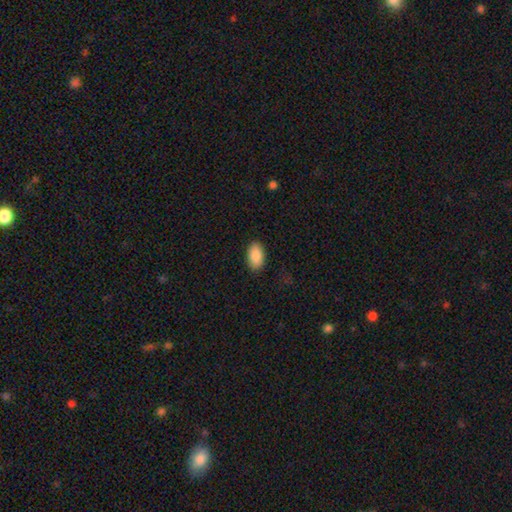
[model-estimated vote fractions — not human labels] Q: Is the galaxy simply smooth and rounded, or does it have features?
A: smooth — 89%.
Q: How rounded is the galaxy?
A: in between — 94%.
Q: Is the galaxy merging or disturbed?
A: none — 89%.